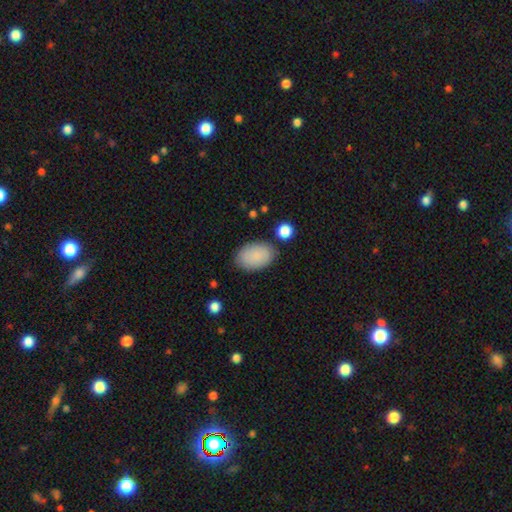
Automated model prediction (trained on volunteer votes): Smooth or featured?
  - smooth: 88% *
  - star or artifact: 6%
  - featured or disk: 6%
How rounded?
  - in between: 91% *
  - round: 7%
  - cigar-shaped: 1%
Merging?
  - none: 82% *
  - minor disturbance: 12%
  - major disturbance: 3%
  - merger: 3%